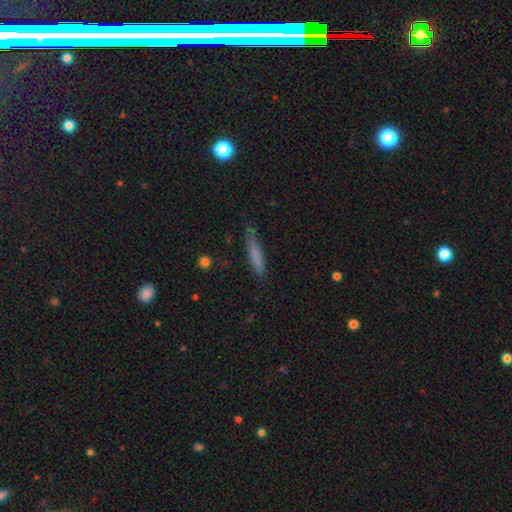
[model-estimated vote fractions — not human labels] Morphology: type=smooth (75%); roundness=cigar-shaped (90%); merging=none (77%).